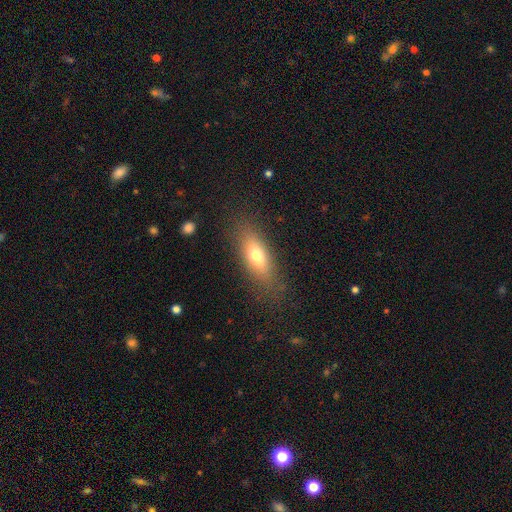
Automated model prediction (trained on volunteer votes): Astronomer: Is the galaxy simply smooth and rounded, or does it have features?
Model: smooth — 69%.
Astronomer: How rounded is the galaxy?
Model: in between — 69%.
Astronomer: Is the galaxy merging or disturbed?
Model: none — 80%.